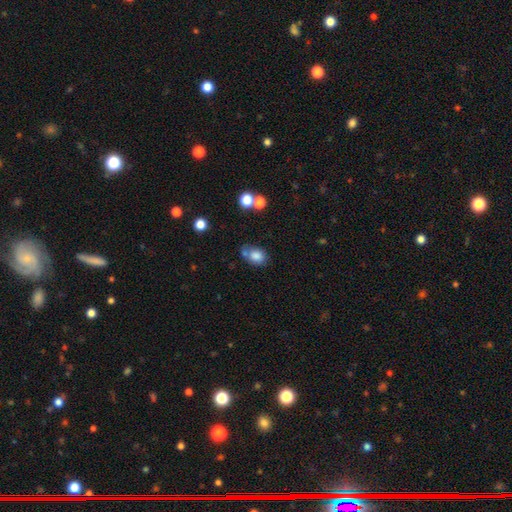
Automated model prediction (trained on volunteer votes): Smooth or featured?
  - smooth: 81% *
  - star or artifact: 10%
  - featured or disk: 9%
How rounded?
  - in between: 58% *
  - round: 41%
  - cigar-shaped: 1%
Merging?
  - none: 51% *
  - minor disturbance: 23%
  - merger: 18%
  - major disturbance: 8%